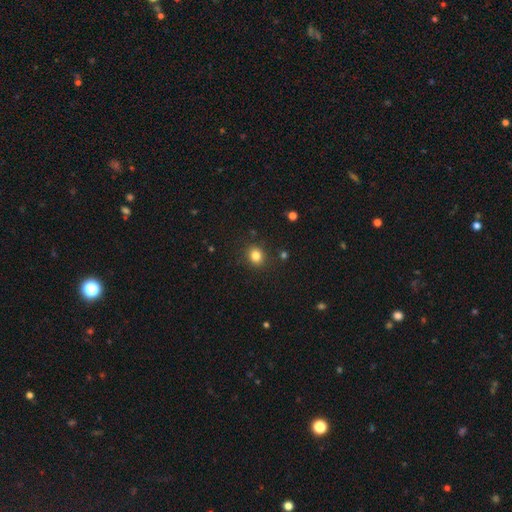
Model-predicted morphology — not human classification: A smooth galaxy with no disk features (82%) that is round (71%). Merging: none (87%).